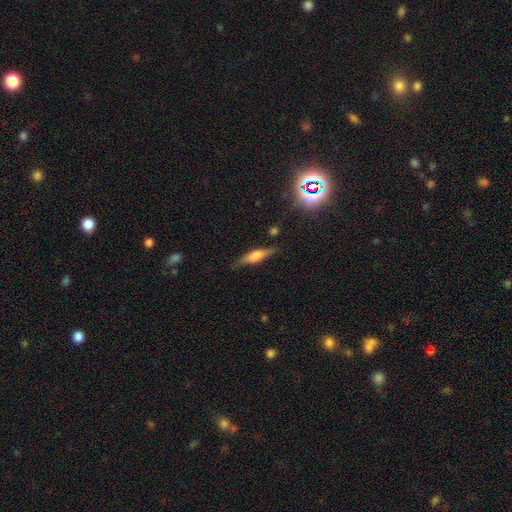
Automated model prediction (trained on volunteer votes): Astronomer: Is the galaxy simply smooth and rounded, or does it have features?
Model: featured or disk — 47% (runner-up: smooth, 44%).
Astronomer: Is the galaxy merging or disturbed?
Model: none — 77%.